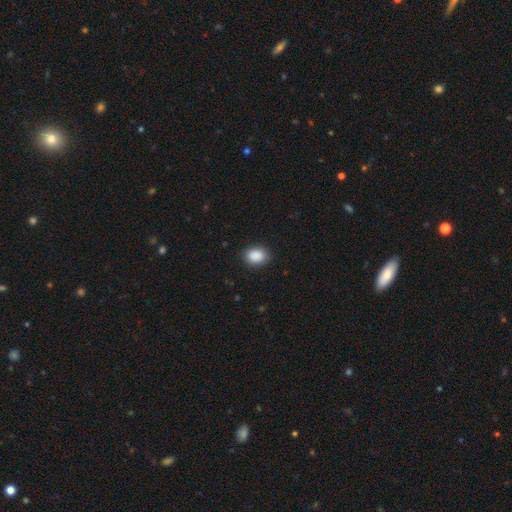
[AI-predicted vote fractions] Smooth or featured: smooth — 89% (star or artifact — 8%)
How rounded: in between — 67% (round — 32%)
Merging: none — 87% (minor disturbance — 10%)